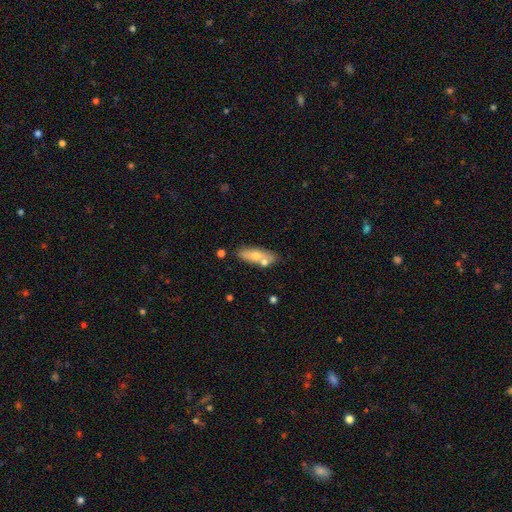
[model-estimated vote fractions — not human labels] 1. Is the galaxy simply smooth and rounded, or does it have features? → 69% smooth, 24% featured or disk, 7% star or artifact.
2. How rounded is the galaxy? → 66% in between, 31% cigar-shaped, 3% round.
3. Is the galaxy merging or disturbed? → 67% none, 15% minor disturbance, 15% merger, 4% major disturbance.